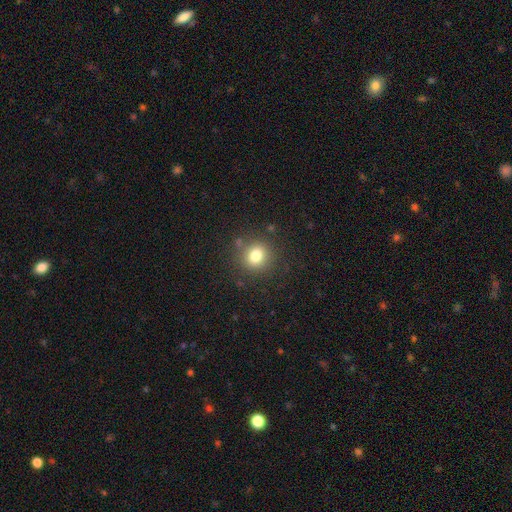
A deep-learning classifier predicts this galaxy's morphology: Smooth or featured? smooth (79%)
How rounded? round (82%)
Merging? none (84%)